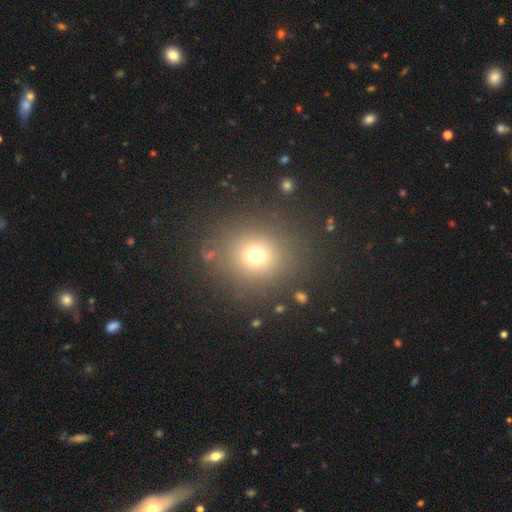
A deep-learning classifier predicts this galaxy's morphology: smooth-or-featured: smooth: 70% | star or artifact: 20% | featured or disk: 10%
  how-rounded: round: 86% | in between: 13% | cigar-shaped: 1%
  merging: none: 86% | minor disturbance: 7% | major disturbance: 4% | merger: 3%